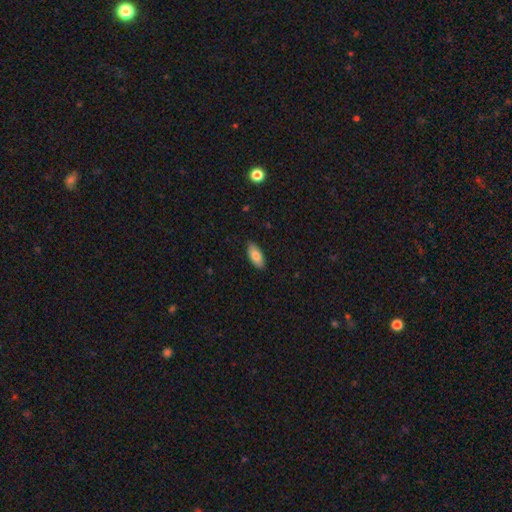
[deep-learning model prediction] A smooth galaxy with no disk features (81%) that is in between round and cigar-shaped (85%). Merging: none (89%).